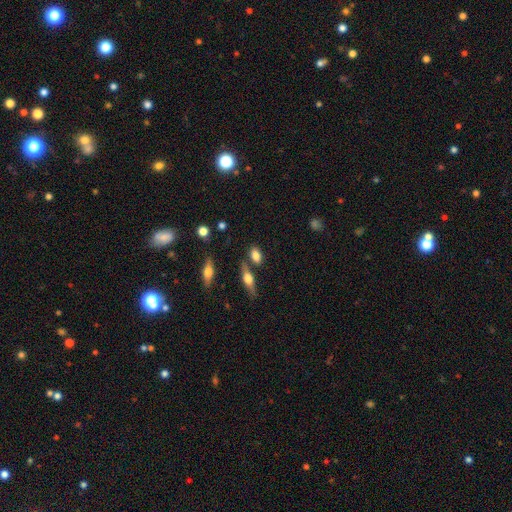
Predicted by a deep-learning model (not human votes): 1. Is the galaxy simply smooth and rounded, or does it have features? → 75% smooth, 16% featured or disk, 9% star or artifact.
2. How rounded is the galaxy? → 78% in between, 14% round, 8% cigar-shaped.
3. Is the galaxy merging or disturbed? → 70% none, 13% minor disturbance, 13% merger, 4% major disturbance.